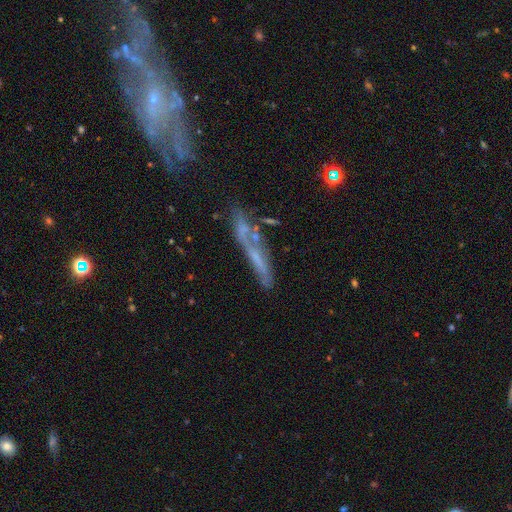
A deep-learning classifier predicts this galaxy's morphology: A featured or disk galaxy (56%) viewed edge-on (51%). Merging: none (48%).